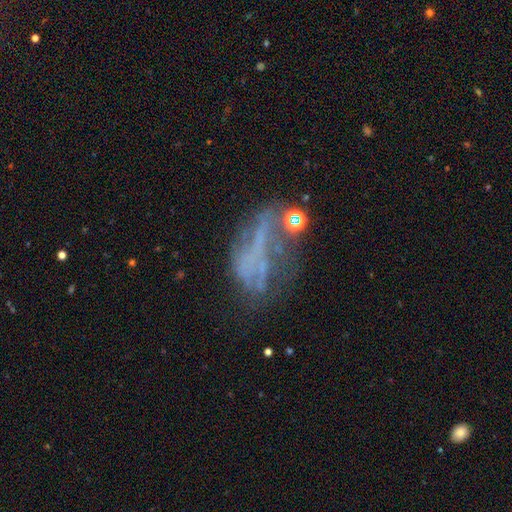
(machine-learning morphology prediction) Smooth or featured? featured or disk (53%)
Edge-on disk? no (92%)
Merging? major disturbance (40%)